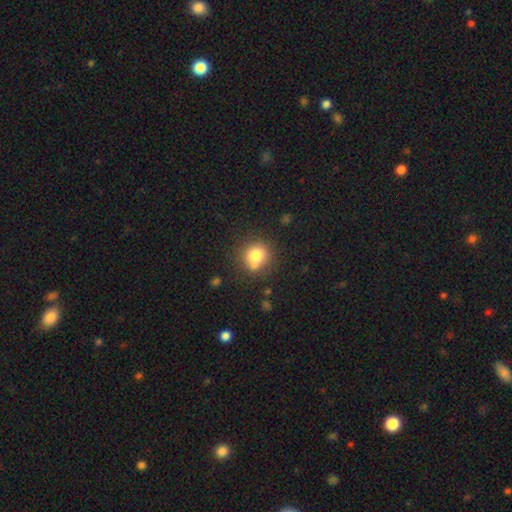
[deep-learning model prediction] This appears to be a smooth galaxy with no disk features (76%) that is round (86%). Merging: none (65%).